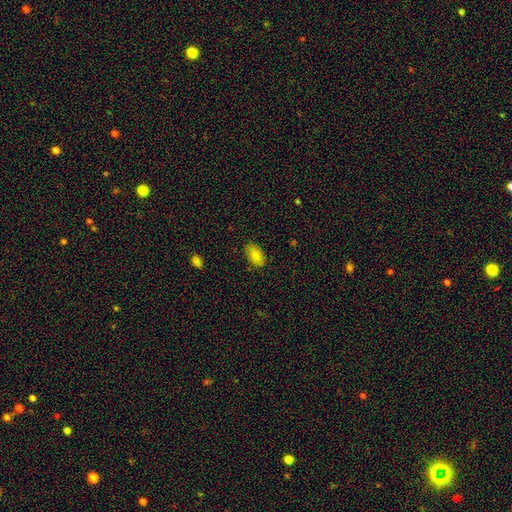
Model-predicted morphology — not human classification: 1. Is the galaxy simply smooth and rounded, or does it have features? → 86% smooth, 8% star or artifact, 6% featured or disk.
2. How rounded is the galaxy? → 93% in between, 5% round, 2% cigar-shaped.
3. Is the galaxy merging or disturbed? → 82% none, 14% minor disturbance, 3% major disturbance, 1% merger.